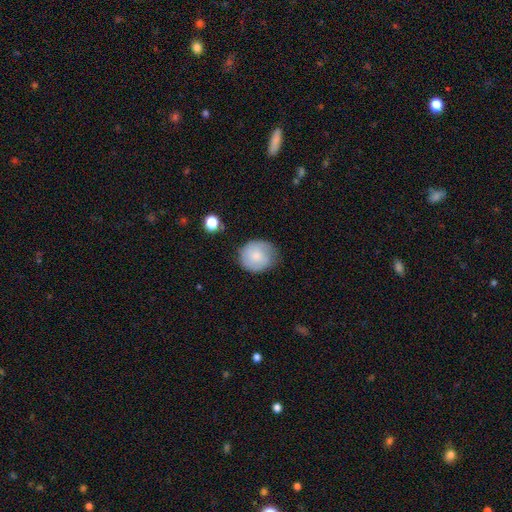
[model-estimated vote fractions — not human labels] smooth-or-featured: smooth: 66% | featured or disk: 28% | star or artifact: 7%
  how-rounded: round: 80% | in between: 20% | cigar-shaped: 1%
  merging: none: 70% | minor disturbance: 22% | major disturbance: 5% | merger: 2%